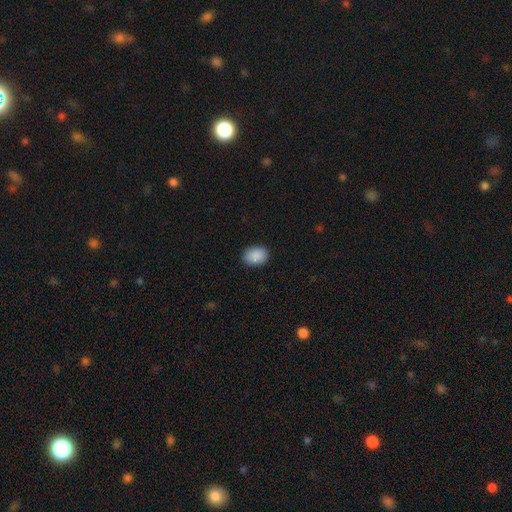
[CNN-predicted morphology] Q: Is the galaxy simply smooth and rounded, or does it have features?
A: smooth — 90%.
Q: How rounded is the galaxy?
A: in between — 71%.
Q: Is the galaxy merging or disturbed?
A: none — 89%.